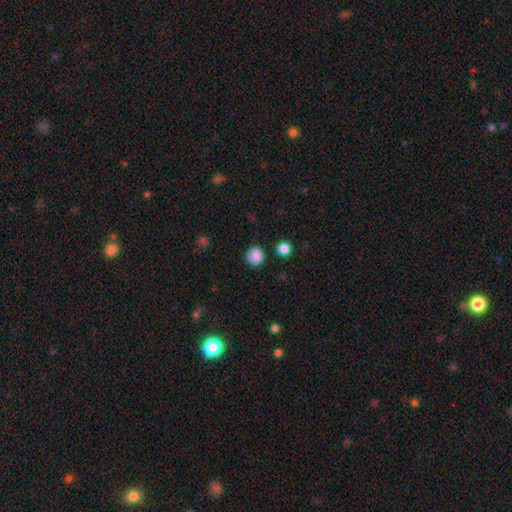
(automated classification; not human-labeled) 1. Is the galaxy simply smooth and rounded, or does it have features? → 86% smooth, 10% star or artifact, 4% featured or disk.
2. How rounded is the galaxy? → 89% round, 10% in between, 1% cigar-shaped.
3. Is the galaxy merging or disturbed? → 85% none, 10% minor disturbance, 3% major disturbance, 2% merger.